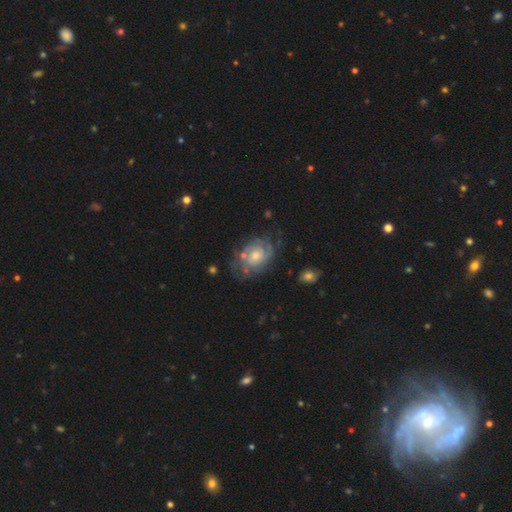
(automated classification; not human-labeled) Overall: featured or disk (68%). Edge-on disk: no (97%). Bar: no (81%). Spiral arms: yes (78%). Spiral arm count: can't tell (54%; 2 22%). Spiral winding: tight (59%; medium 29%). Bulge size: moderate (46%; small 43%). Merging: none (56%; minor disturbance 24%).